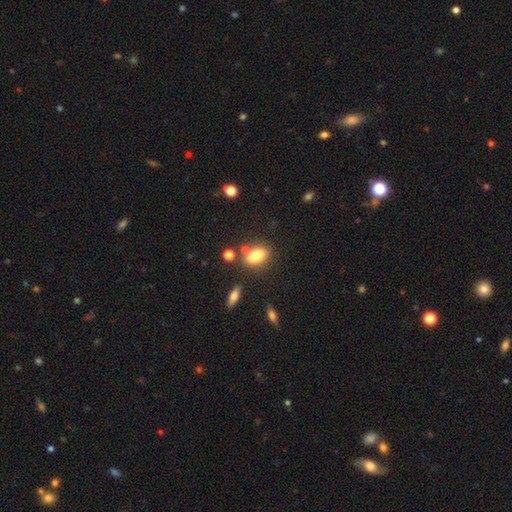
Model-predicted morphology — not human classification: Smooth or featured? smooth (79%)
How rounded? in between (82%)
Merging? none (71%)